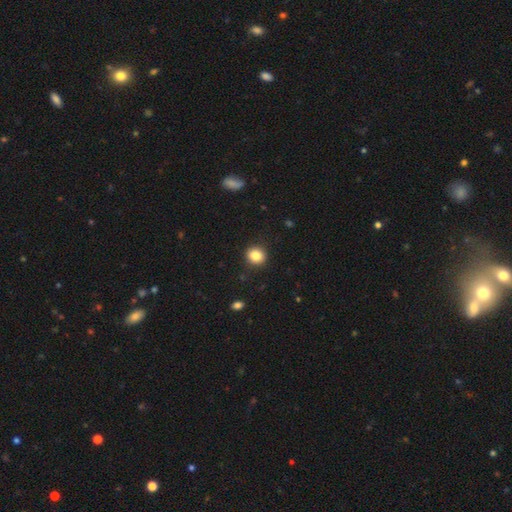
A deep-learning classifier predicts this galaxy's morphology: The model was most divided on "how rounded": round: 85%, in between: 14%, cigar-shaped: 1%. More confident: merging — none (91%); smooth or featured — smooth (84%).